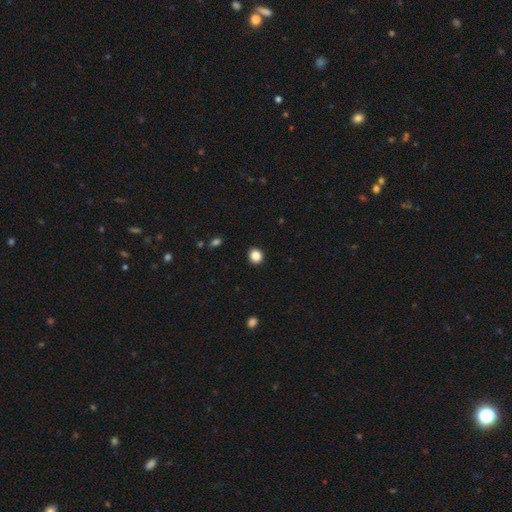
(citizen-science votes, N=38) smooth-or-featured: smooth: 87% | star or artifact: 8% | featured or disk: 5%
  how-rounded: round: 91% | in between: 9% | cigar-shaped: 0%
  merging: none: 91% | minor disturbance: 6% | major disturbance: 3% | merger: 0%